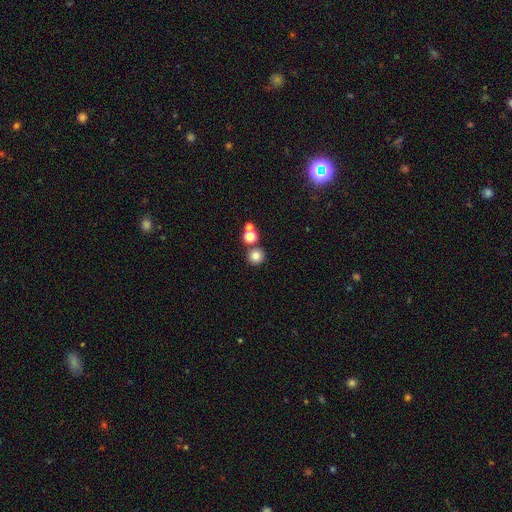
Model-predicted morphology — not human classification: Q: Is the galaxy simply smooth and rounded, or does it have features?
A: smooth — 80%.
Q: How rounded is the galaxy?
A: round — 94%.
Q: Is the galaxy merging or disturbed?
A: none — 76%.